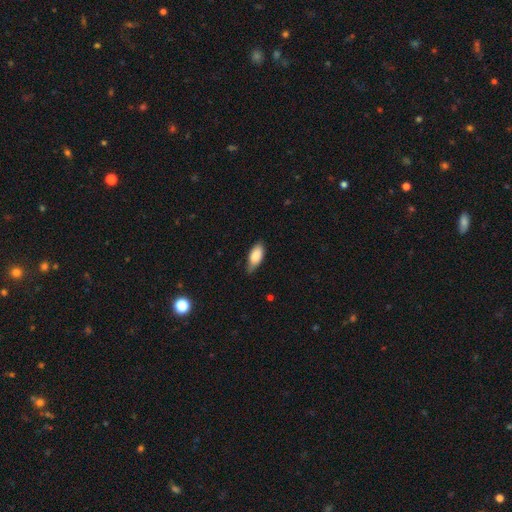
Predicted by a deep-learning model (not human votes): A smooth galaxy with no disk features (85%) that is in between round and cigar-shaped (87%). Merging: none (61%).